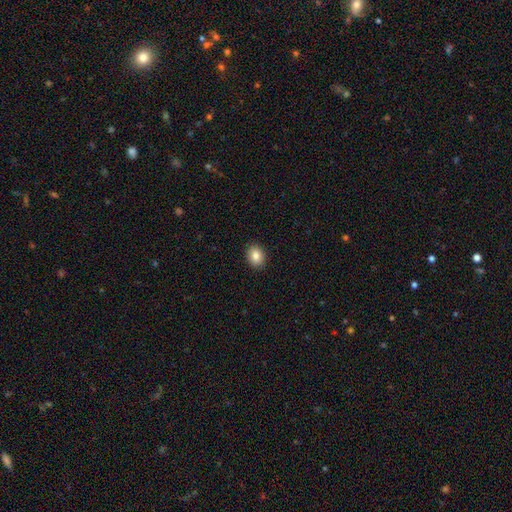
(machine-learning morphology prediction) Smooth or featured? Predicted: smooth (p=0.85). How rounded? Predicted: in between (p=0.57). Merging? Predicted: none (p=0.91).